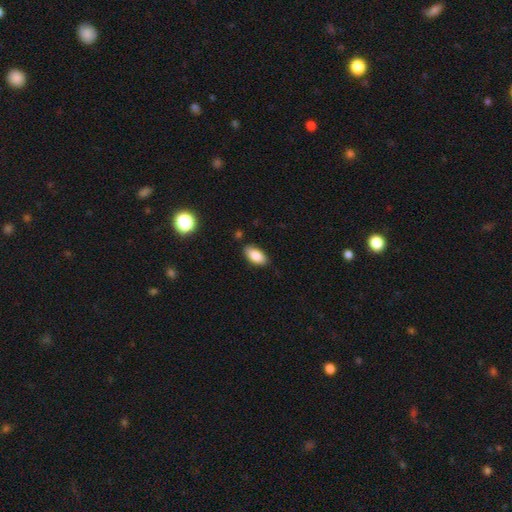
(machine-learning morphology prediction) The model was most divided on "merging": none: 82%, minor disturbance: 13%, major disturbance: 2%, merger: 2%. More confident: how rounded — in between (92%); smooth or featured — smooth (85%).